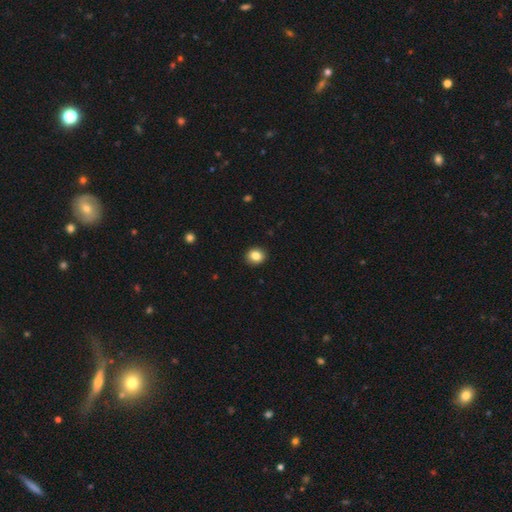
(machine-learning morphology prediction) type=smooth (85%); roundness=round (67%); merging=none (91%).